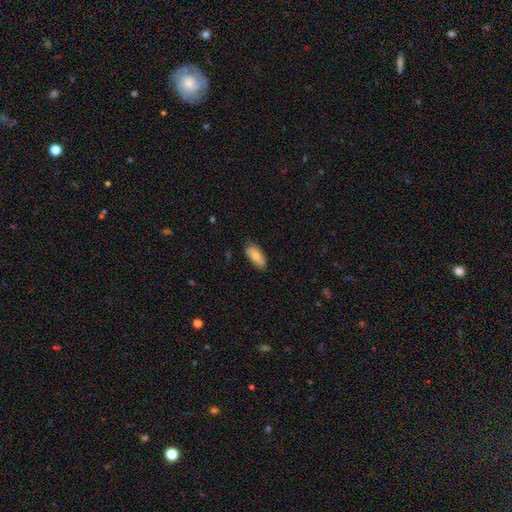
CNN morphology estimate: A smooth galaxy with no disk features (79%) that is in between round and cigar-shaped (85%).

Vote fractions:
- Smooth or featured? smooth: 79% / featured or disk: 15% / star or artifact: 6%
- How rounded? in between: 85% / cigar-shaped: 13% / round: 2%
- Merging? none: 75% / minor disturbance: 20% / major disturbance: 3% / merger: 1%